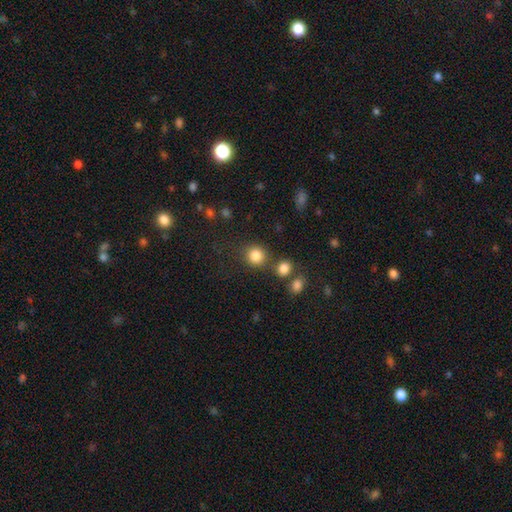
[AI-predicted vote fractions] Smooth or featured: smooth — 83% (star or artifact — 12%)
How rounded: round — 90% (in between — 9%)
Merging: none — 77% (merger — 10%)